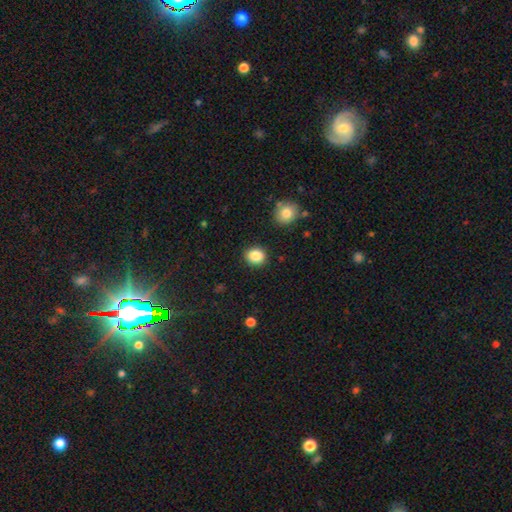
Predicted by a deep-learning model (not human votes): Morphology: type=smooth (87%); roundness=round (68%); merging=none (88%).